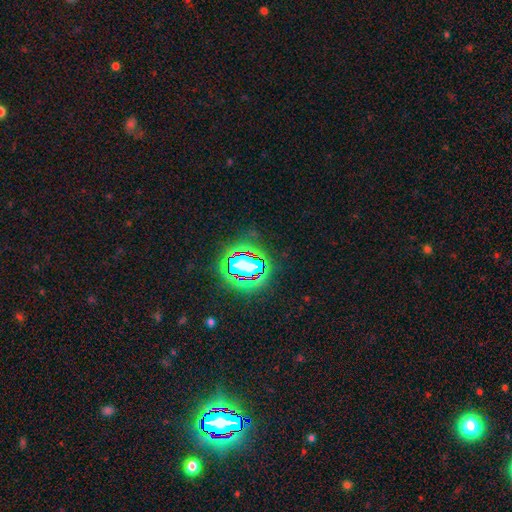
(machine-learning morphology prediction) smooth_or_featured: star or artifact (p=0.81) [alt: smooth p=0.12]